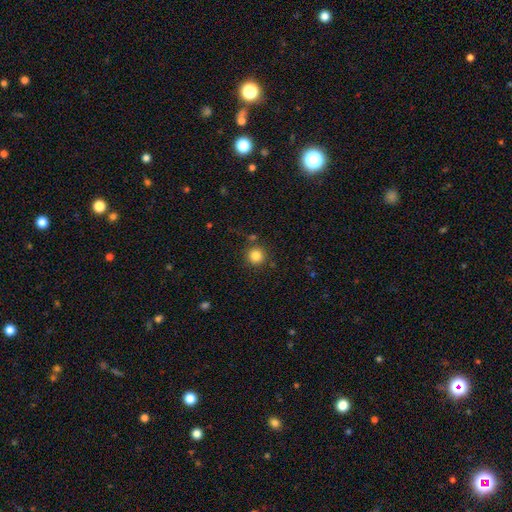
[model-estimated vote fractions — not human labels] Overall: smooth (84%). How rounded: round (94%). Merging: none (84%).